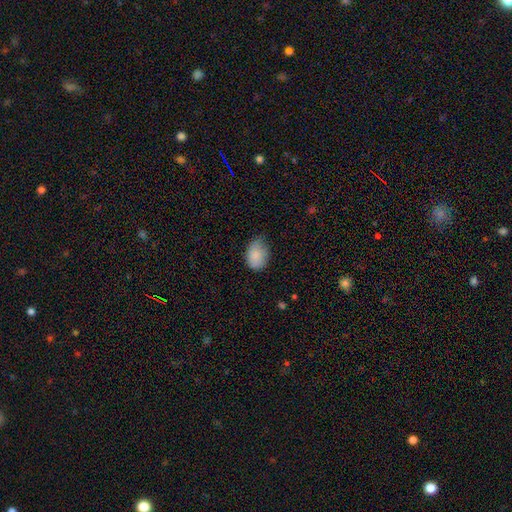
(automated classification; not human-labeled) smooth_or_featured: smooth (p=0.86) [alt: star or artifact p=0.07]
how_rounded: in between (p=0.78) [alt: round p=0.21]
merging: none (p=0.50) [alt: minor disturbance p=0.40]